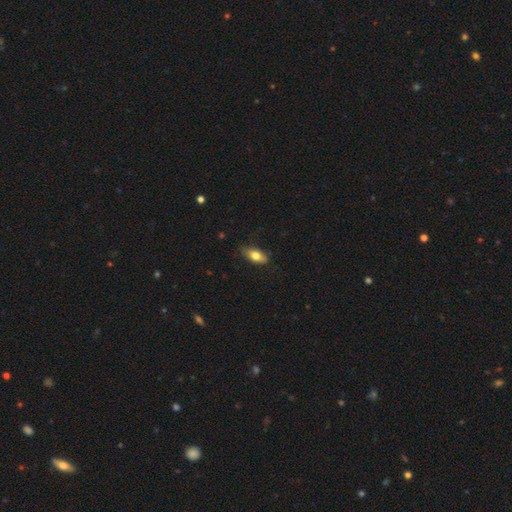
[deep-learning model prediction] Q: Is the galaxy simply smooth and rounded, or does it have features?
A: smooth — 72%.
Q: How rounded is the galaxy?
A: in between — 79%.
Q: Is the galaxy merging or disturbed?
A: none — 81%.